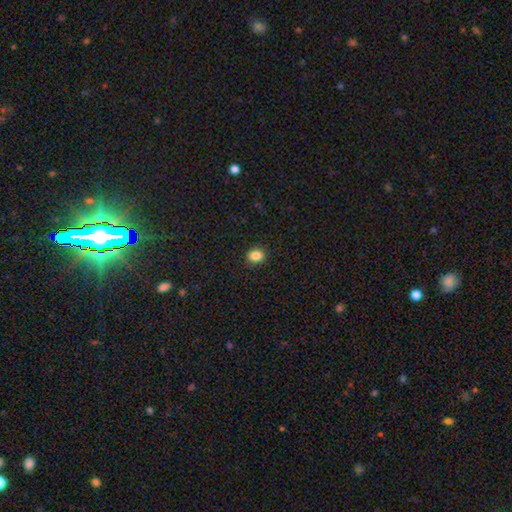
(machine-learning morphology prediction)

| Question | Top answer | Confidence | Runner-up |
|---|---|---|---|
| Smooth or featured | smooth | 85% | star or artifact (10%) |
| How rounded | round | 52% | in between (47%) |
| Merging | none | 89% | minor disturbance (8%) |